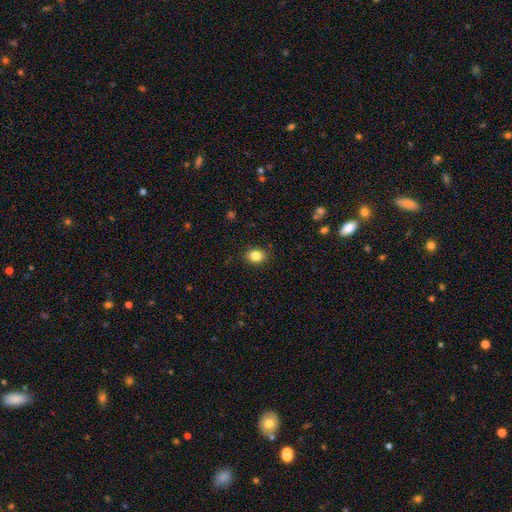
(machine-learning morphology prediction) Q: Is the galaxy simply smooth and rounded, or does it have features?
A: smooth — 85%.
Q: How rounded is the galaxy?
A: in between — 55%.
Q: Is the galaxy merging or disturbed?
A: none — 89%.